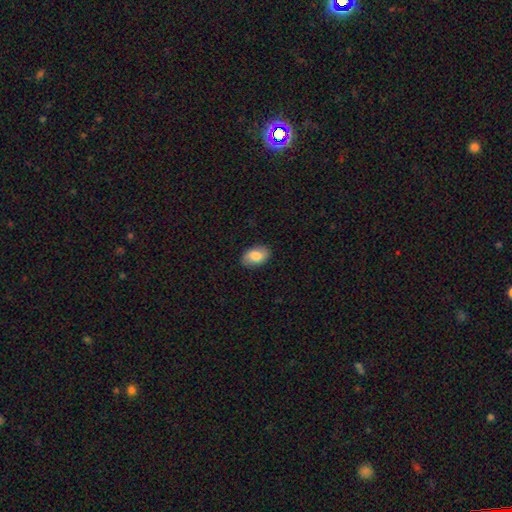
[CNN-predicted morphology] A smooth galaxy with no disk features (81%) that is in between round and cigar-shaped (90%).

Vote fractions:
- Smooth or featured? smooth: 81% / featured or disk: 12% / star or artifact: 7%
- How rounded? in between: 90% / round: 9% / cigar-shaped: 1%
- Merging? none: 88% / minor disturbance: 9% / major disturbance: 2% / merger: 1%